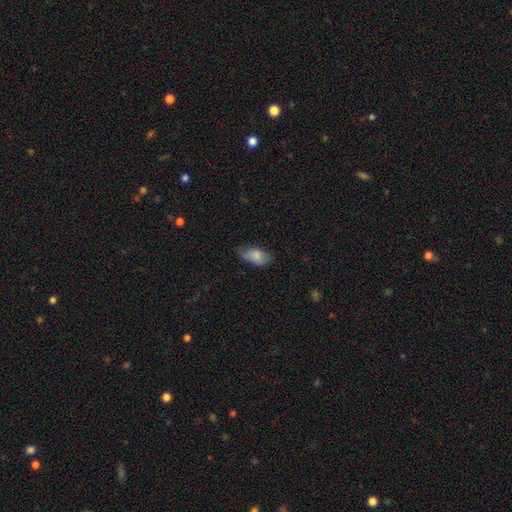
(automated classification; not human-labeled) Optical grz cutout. It shows a smooth galaxy with no disk features (78%) that is in between round and cigar-shaped (93%). Merging: none (53%).